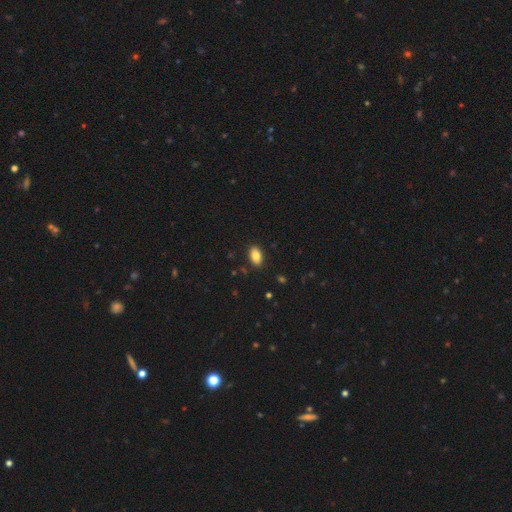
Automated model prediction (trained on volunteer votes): This is clearly a smooth galaxy (84%). How rounded: clearly in between (92%). Merging: clearly none (88%).